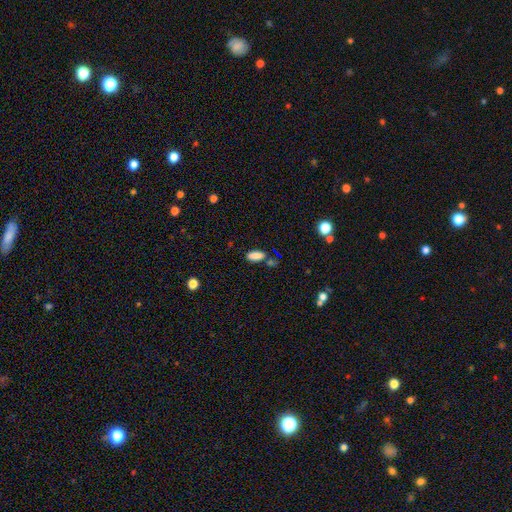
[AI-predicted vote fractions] smooth_or_featured: smooth (p=0.86) [alt: star or artifact p=0.09]
how_rounded: in between (p=0.81) [alt: cigar-shaped p=0.16]
merging: none (p=0.72) [alt: minor disturbance p=0.15]